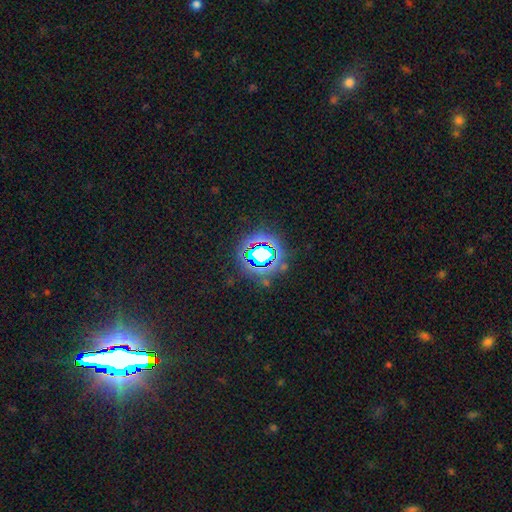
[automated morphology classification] This is likely a star or artifact rather than a galaxy (65%).